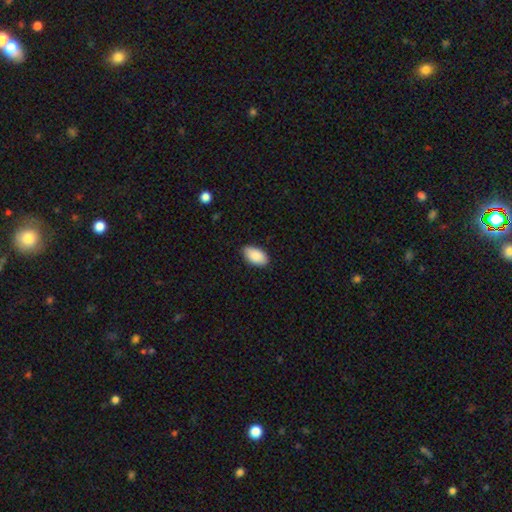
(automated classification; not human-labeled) Overall: smooth (89%). How rounded: in between (95%). Merging: none (84%).